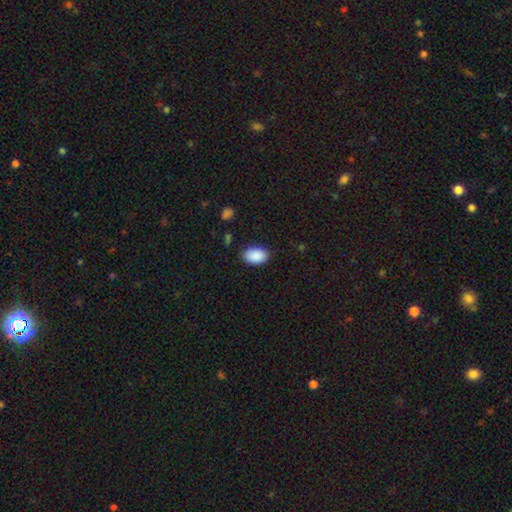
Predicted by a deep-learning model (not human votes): Smooth or featured?
  - smooth: 90% *
  - star or artifact: 7%
  - featured or disk: 3%
How rounded?
  - in between: 89% *
  - round: 10%
  - cigar-shaped: 1%
Merging?
  - none: 85% *
  - minor disturbance: 12%
  - major disturbance: 3%
  - merger: 1%